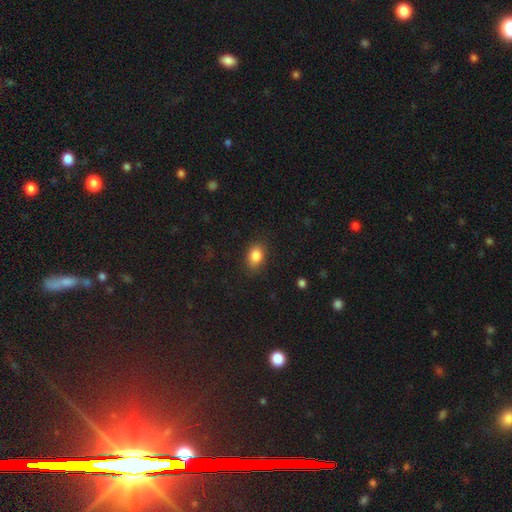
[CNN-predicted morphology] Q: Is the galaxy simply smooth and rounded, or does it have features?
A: smooth — 86%.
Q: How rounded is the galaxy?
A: in between — 79%.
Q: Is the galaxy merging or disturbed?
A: none — 85%.